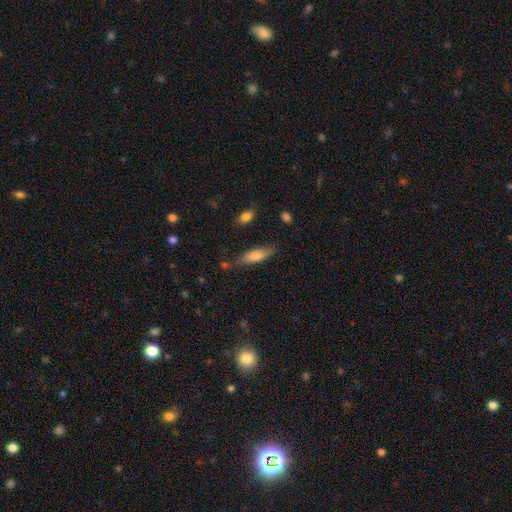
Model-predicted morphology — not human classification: A smooth galaxy with no disk features (77%) that is in between round and cigar-shaped (49%, tied with cigar-shaped). Merging: none (77%).